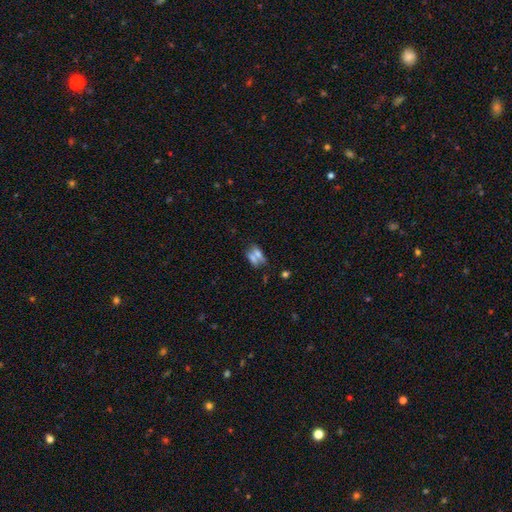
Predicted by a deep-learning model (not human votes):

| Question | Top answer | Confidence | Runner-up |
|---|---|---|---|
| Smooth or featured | smooth | 58% | featured or disk (26%) |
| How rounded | in between | 69% | round (17%) |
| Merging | merger | 45% | none (36%) |